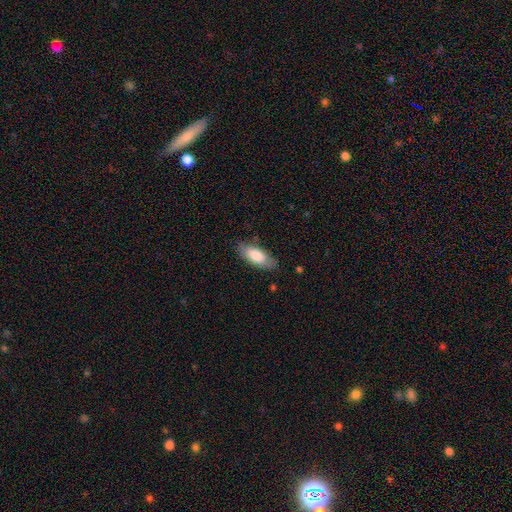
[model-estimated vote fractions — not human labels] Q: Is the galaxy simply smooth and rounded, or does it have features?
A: smooth — 81%.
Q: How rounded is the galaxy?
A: in between — 81%.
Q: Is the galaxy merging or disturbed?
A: none — 81%.